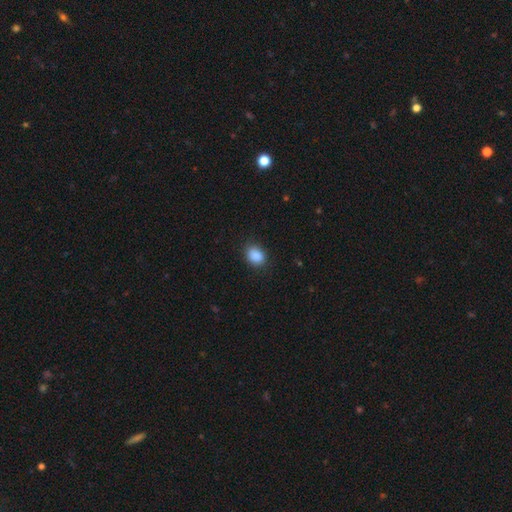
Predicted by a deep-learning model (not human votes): Smooth or featured? smooth (89%)
How rounded? in between (62%)
Merging? none (83%)